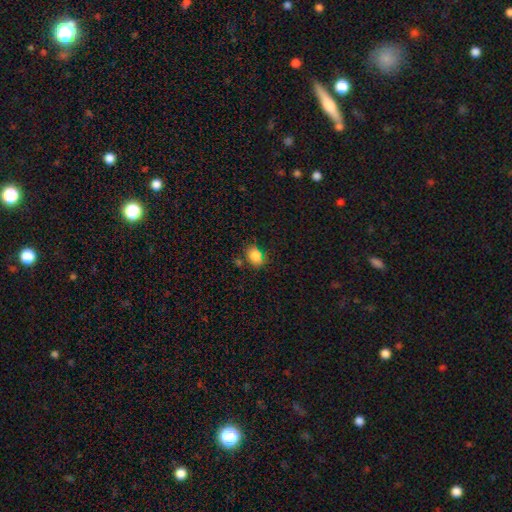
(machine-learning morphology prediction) A smooth galaxy with no disk features (83%) that is in between round and cigar-shaped (58%).

Vote fractions:
- Smooth or featured? smooth: 83% / star or artifact: 12% / featured or disk: 6%
- How rounded? in between: 58% / round: 41% / cigar-shaped: 1%
- Merging? none: 70% / minor disturbance: 19% / merger: 5% / major disturbance: 5%